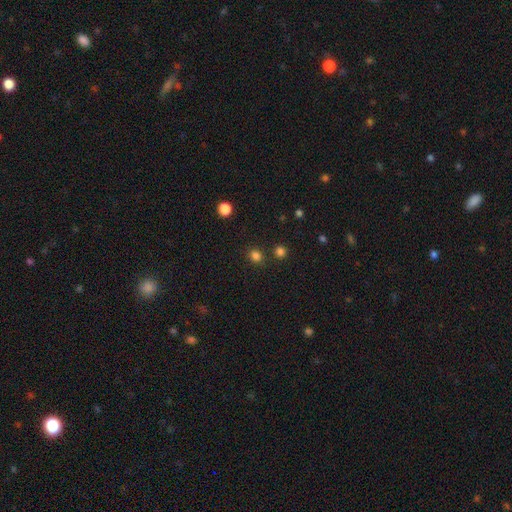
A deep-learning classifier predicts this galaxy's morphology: A smooth galaxy with no disk features (80%) that is round (75%). Merging: none (83%).